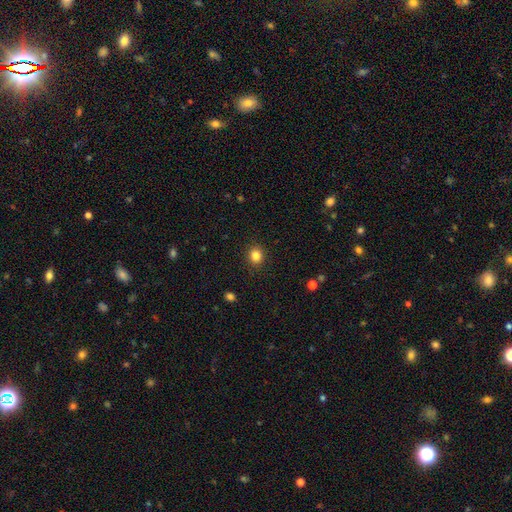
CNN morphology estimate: Q: Smooth or featured?
A: smooth (84%); runner-up: star or artifact (12%)
Q: How rounded?
A: round (79%); runner-up: in between (20%)
Q: Merging?
A: none (91%); runner-up: minor disturbance (6%)